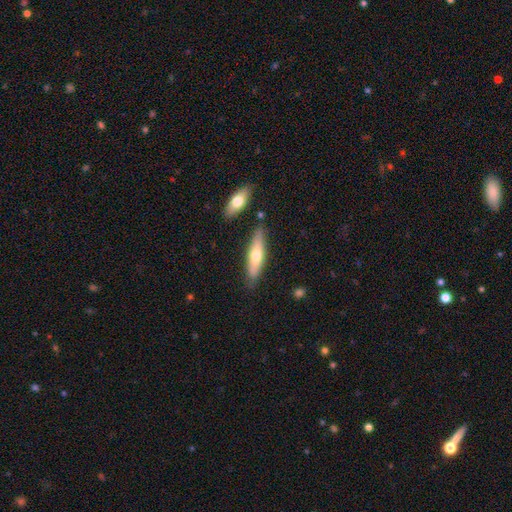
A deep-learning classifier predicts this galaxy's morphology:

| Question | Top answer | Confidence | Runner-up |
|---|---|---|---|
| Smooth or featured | smooth | 57% | featured or disk (37%) |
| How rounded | cigar-shaped | 72% | in between (26%) |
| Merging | none | 80% | minor disturbance (13%) |